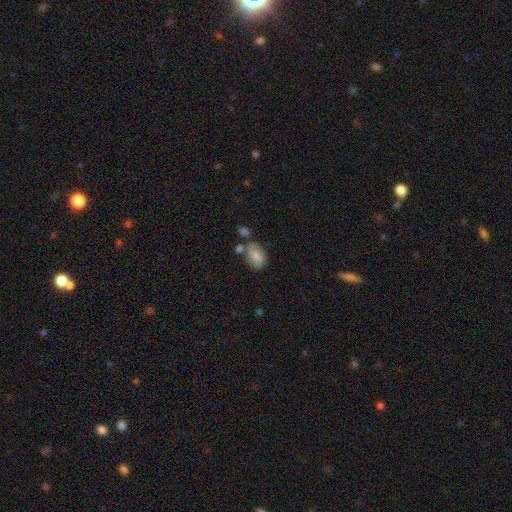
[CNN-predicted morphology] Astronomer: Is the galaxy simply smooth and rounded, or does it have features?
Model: smooth — 76%.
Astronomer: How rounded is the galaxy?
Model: in between — 82%.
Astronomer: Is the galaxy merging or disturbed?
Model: none — 55%.